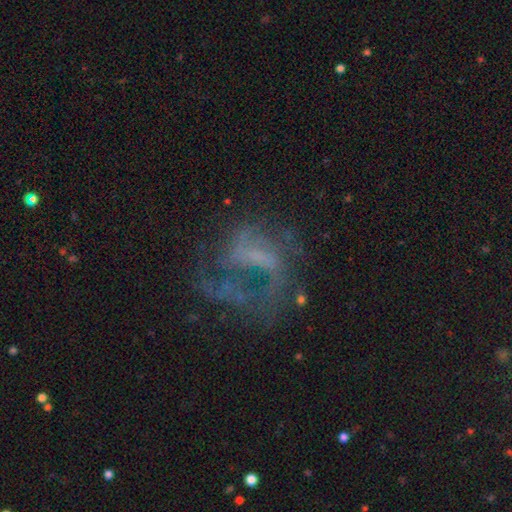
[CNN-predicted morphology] type=featured or disk (72%); edge-on=no (97%); bar=no (42%); spiral arms=yes (74%); winding=loose (52%); arm count=1 (39%); bulge=none (55%); merging=none (41%).